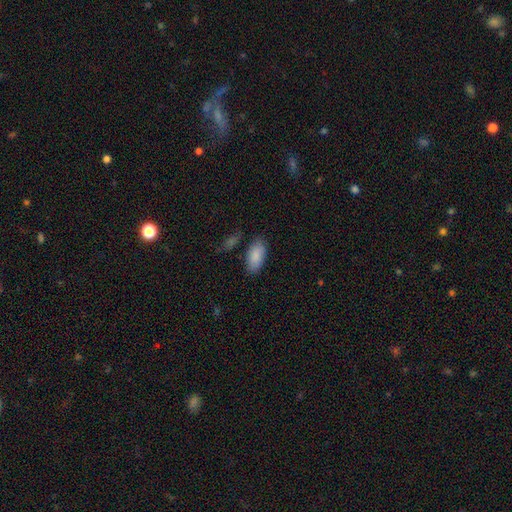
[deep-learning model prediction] smooth 88%, featured or disk 6%, star or artifact 6%. Down the decision tree: how rounded — in between (93%); merging — none (79%).